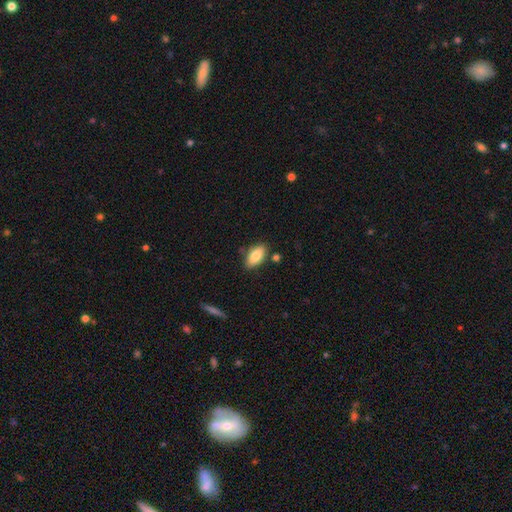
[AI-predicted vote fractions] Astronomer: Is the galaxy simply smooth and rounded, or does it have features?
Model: smooth — 83%.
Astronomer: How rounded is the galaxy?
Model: in between — 92%.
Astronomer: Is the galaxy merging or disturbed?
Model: none — 80%.